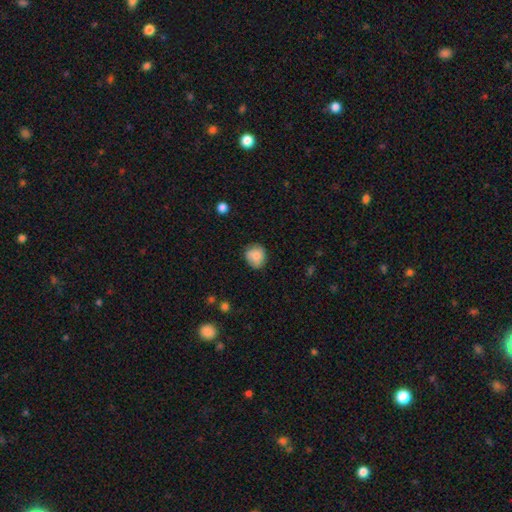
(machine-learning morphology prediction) smooth-or-featured: smooth: 82% | featured or disk: 10% | star or artifact: 8%
  how-rounded: round: 75% | in between: 24% | cigar-shaped: 1%
  merging: none: 74% | minor disturbance: 20% | major disturbance: 4% | merger: 1%